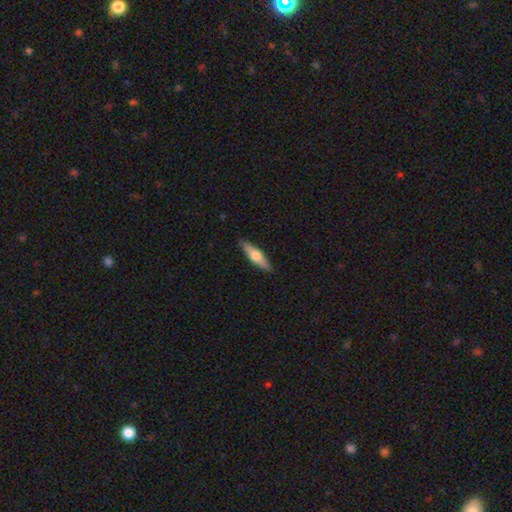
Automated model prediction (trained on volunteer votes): Q: Smooth or featured?
A: smooth (53%); runner-up: featured or disk (42%)
Q: How rounded?
A: cigar-shaped (64%); runner-up: in between (34%)
Q: Merging?
A: none (88%); runner-up: minor disturbance (9%)